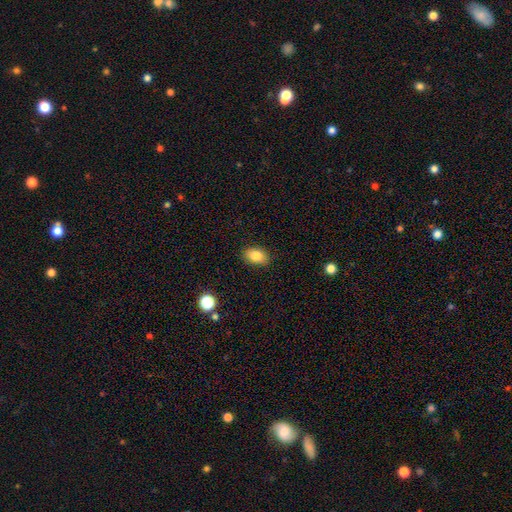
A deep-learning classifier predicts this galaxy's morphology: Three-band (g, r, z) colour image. It shows a smooth galaxy with no disk features (85%) that is in between round and cigar-shaped (87%). Merging: none (88%).